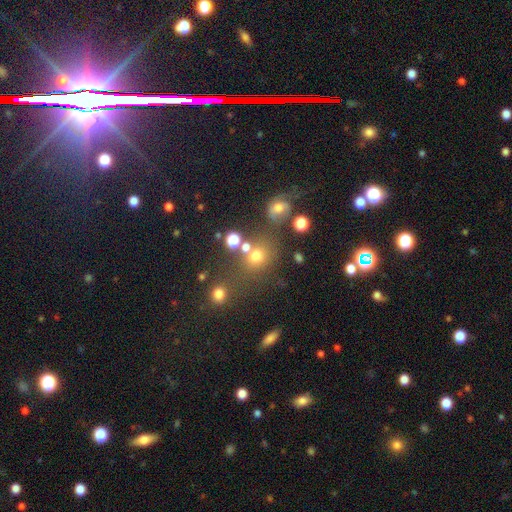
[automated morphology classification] This is likely a smooth galaxy (70%). How rounded: likely round (77%). Merging: possibly none (59%).